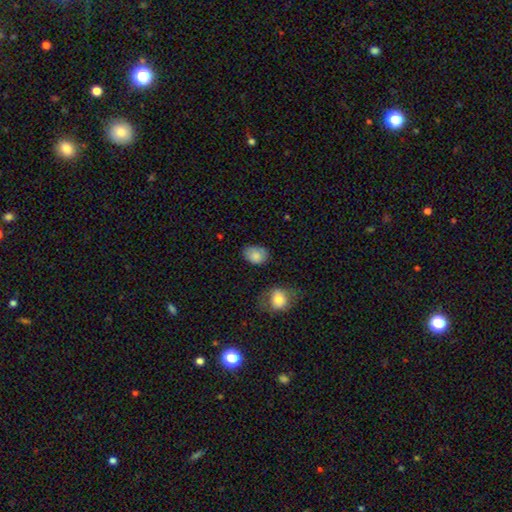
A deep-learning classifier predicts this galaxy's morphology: smooth 83%, featured or disk 9%, star or artifact 8%. Down the decision tree: how rounded — in between (67%); merging — none (66%).